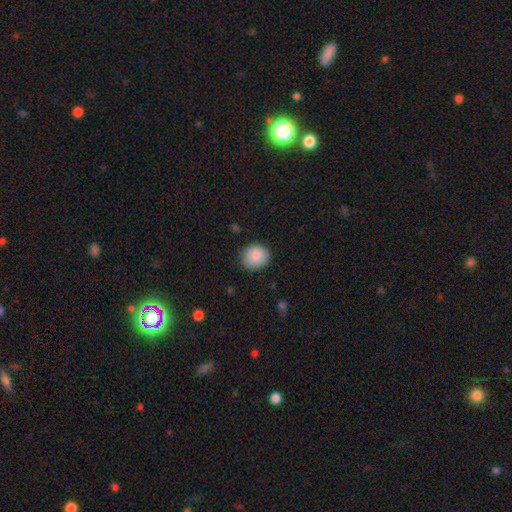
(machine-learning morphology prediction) type=smooth (89%); roundness=round (73%); merging=none (85%).